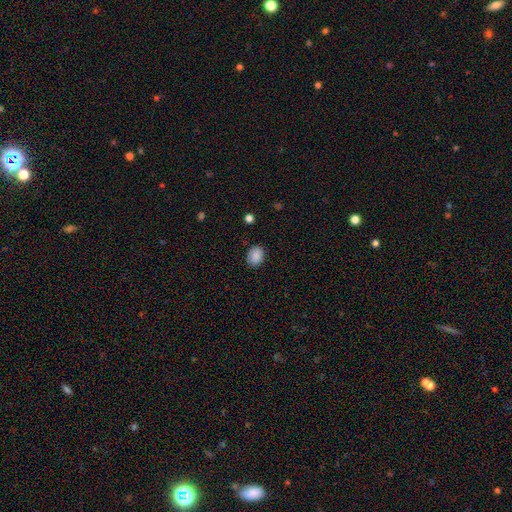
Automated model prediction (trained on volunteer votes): The model was most divided on "how rounded": in between: 53%, round: 46%, cigar-shaped: 1%. More confident: smooth or featured — smooth (88%); merging — none (86%).